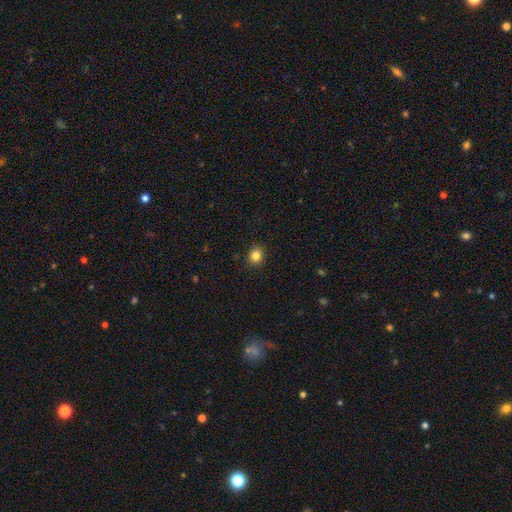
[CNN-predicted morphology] smooth_or_featured: smooth (p=0.84) [alt: star or artifact p=0.11]
how_rounded: round (p=0.82) [alt: in between p=0.17]
merging: none (p=0.91) [alt: minor disturbance p=0.06]